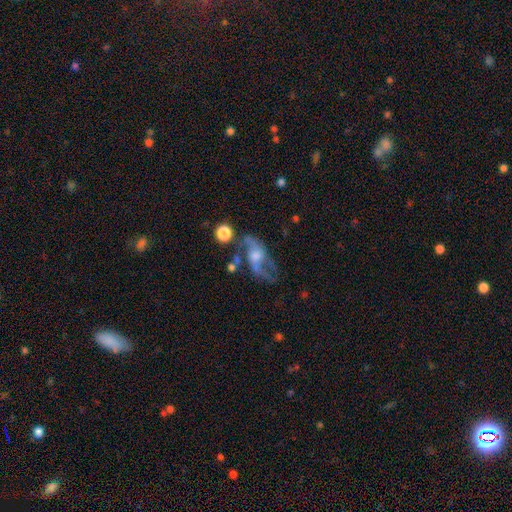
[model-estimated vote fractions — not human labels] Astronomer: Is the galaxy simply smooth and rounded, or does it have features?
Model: featured or disk — 77%.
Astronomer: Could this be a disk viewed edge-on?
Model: no — 93%.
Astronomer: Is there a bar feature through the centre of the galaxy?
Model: no — 55% (runner-up: weak, 35%).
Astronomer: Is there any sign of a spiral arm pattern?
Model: yes — 87%.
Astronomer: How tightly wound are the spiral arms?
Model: loose — 65%.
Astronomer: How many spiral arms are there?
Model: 2 — 84%.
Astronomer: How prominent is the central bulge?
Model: moderate — 49% (runner-up: small, 28%).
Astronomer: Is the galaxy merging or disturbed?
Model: none — 48% (runner-up: major disturbance, 23%).